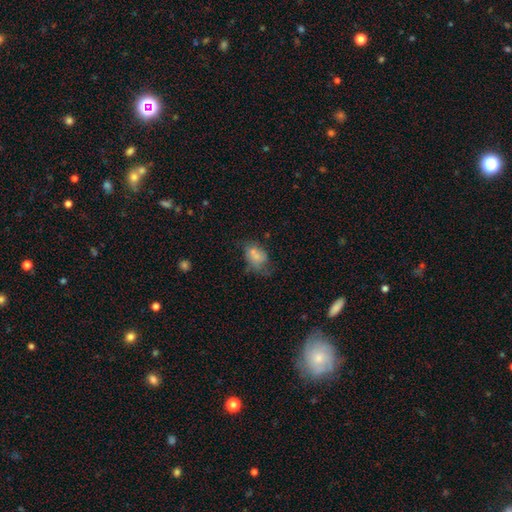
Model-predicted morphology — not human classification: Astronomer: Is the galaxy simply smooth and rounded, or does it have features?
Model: smooth — 66%.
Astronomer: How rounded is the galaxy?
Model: in between — 79%.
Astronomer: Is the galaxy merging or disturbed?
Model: none — 33% (runner-up: minor disturbance, 28%).